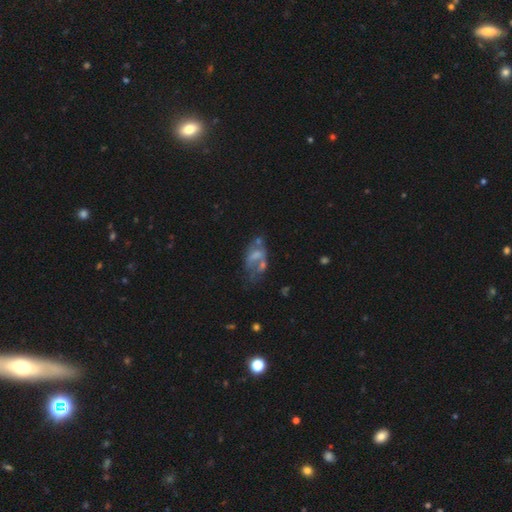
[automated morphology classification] Smooth or featured? Predicted: featured or disk (p=0.50). Merging? Predicted: major disturbance (p=0.32).